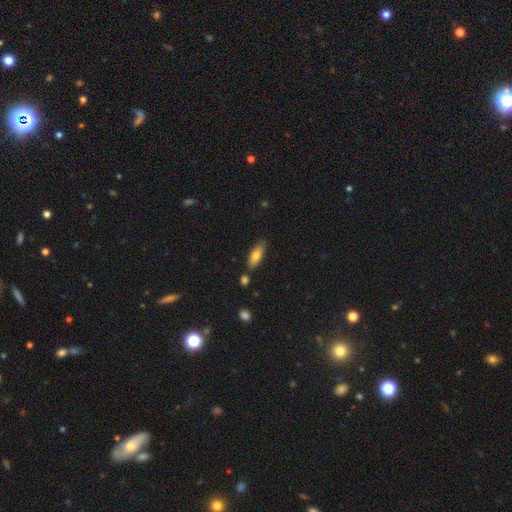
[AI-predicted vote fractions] This appears to be a smooth galaxy with no disk features (77%) that is in between round and cigar-shaped (71%). Merging: none (77%).